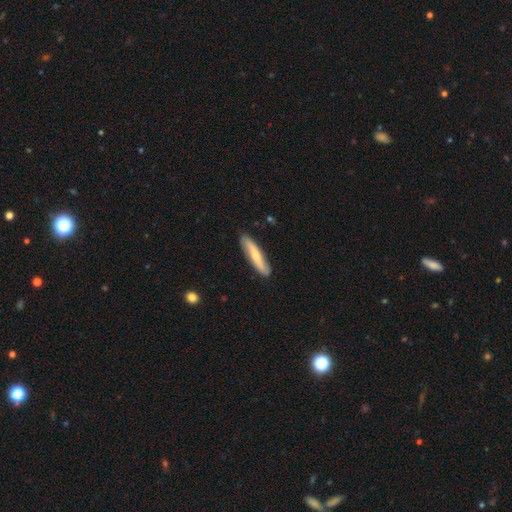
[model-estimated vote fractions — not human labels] This is possibly a smooth galaxy (52%). How rounded: clearly cigar-shaped (85%). Merging: clearly none (87%).